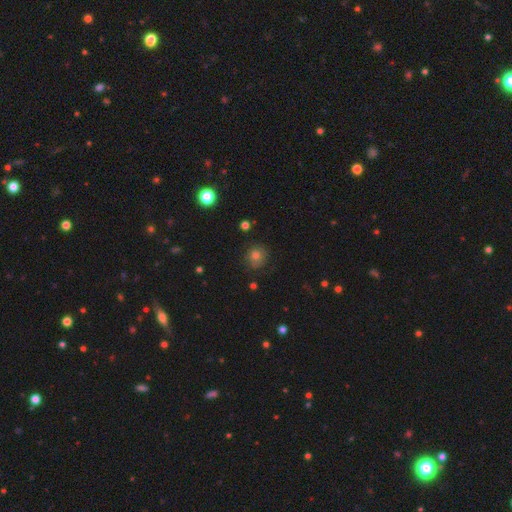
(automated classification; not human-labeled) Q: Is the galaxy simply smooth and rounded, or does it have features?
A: smooth — 73%.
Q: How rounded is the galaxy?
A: round — 87%.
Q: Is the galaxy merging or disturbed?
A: none — 79%.